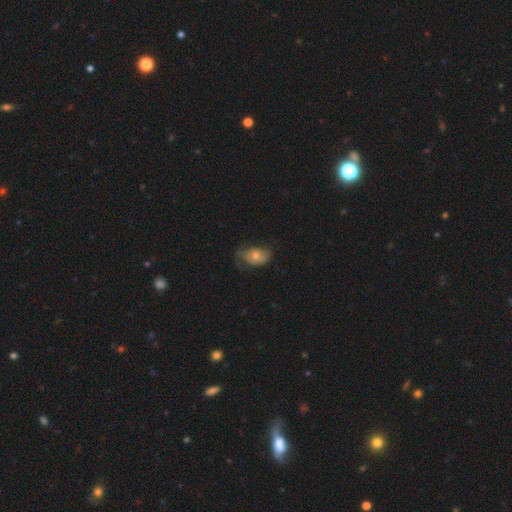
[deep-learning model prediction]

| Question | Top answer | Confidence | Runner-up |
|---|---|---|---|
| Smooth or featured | smooth | 47% | featured or disk (44%) |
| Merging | none | 51% | minor disturbance (32%) |